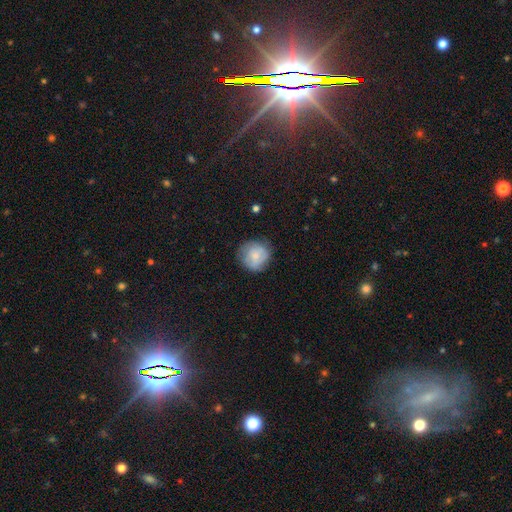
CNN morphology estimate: Smooth or featured: smooth — 67% (featured or disk — 26%)
How rounded: round — 90% (in between — 9%)
Merging: none — 72% (minor disturbance — 21%)